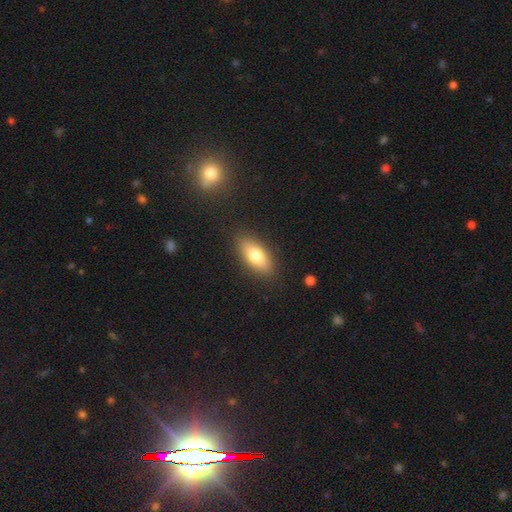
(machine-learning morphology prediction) Q: Smooth or featured?
A: smooth (76%); runner-up: featured or disk (17%)
Q: How rounded?
A: in between (85%); runner-up: cigar-shaped (12%)
Q: Merging?
A: none (86%); runner-up: minor disturbance (10%)